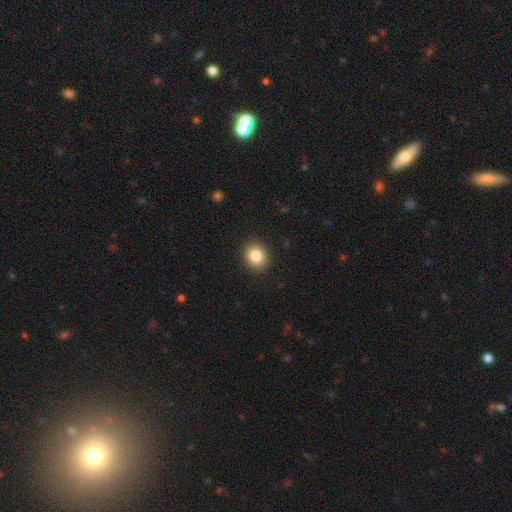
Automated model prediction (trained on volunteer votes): This is clearly a smooth galaxy (84%). How rounded: likely round (64%). Merging: clearly none (90%).